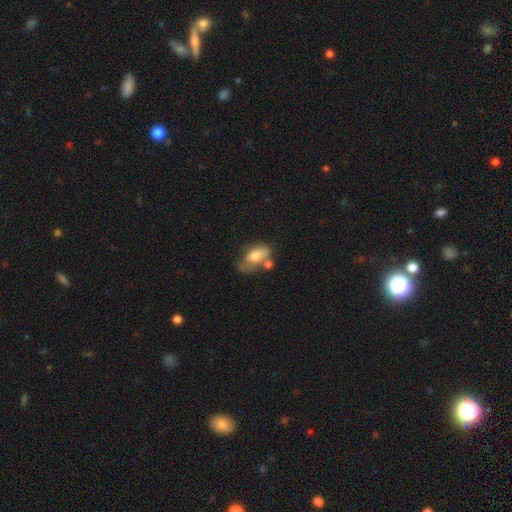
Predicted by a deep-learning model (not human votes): smooth-or-featured: smooth: 68% | featured or disk: 25% | star or artifact: 7%
  how-rounded: in between: 89% | round: 8% | cigar-shaped: 3%
  merging: none: 33% | minor disturbance: 26% | merger: 22% | major disturbance: 19%